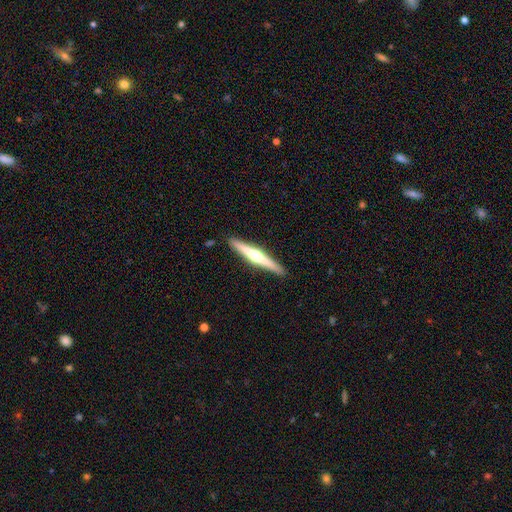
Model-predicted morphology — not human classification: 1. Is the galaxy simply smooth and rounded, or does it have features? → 73% featured or disk, 22% smooth, 5% star or artifact.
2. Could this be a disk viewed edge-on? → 98% yes, 2% no.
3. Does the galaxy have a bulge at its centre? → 94% rounded, 3% none, 3% boxy.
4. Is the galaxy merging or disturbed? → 92% none, 6% minor disturbance, 1% major disturbance, 1% merger.